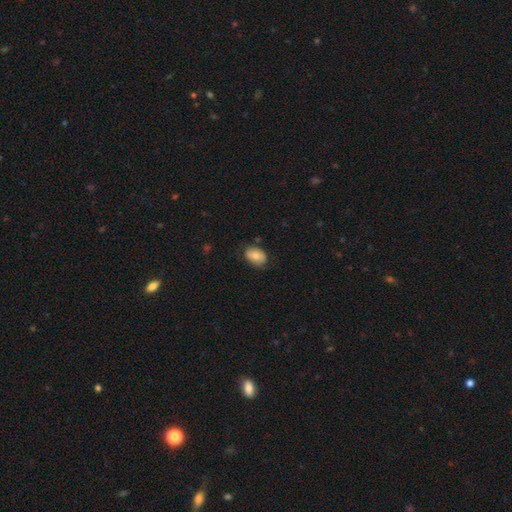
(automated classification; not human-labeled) This is likely a smooth galaxy (75%). How rounded: clearly in between (81%). Merging: likely none (77%).